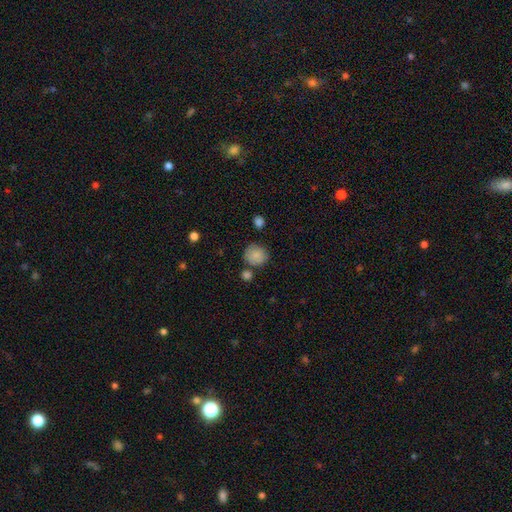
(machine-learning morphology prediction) Smooth or featured?
  - smooth: 86% *
  - star or artifact: 8%
  - featured or disk: 6%
How rounded?
  - round: 85% *
  - in between: 14%
  - cigar-shaped: 1%
Merging?
  - none: 69% *
  - minor disturbance: 17%
  - merger: 10%
  - major disturbance: 5%